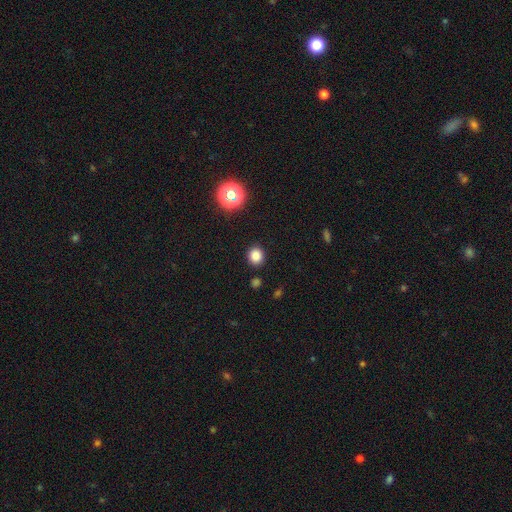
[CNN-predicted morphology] Smooth or featured?
  - smooth: 82% *
  - star or artifact: 14%
  - featured or disk: 4%
How rounded?
  - round: 82% *
  - in between: 17%
  - cigar-shaped: 1%
Merging?
  - none: 89% *
  - minor disturbance: 6%
  - major disturbance: 2%
  - merger: 2%